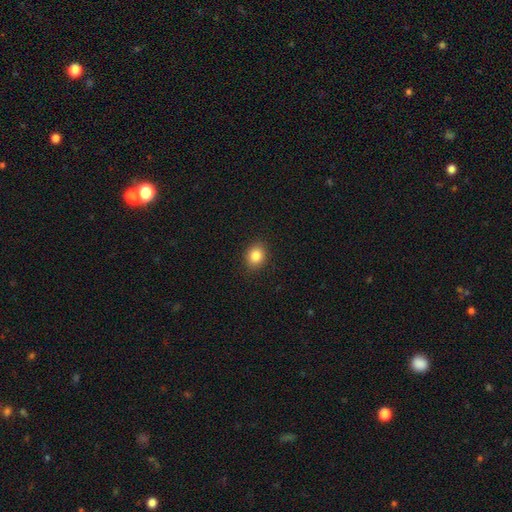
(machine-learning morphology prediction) This is clearly a smooth galaxy (84%). How rounded: possibly round (59%). Merging: clearly none (90%).